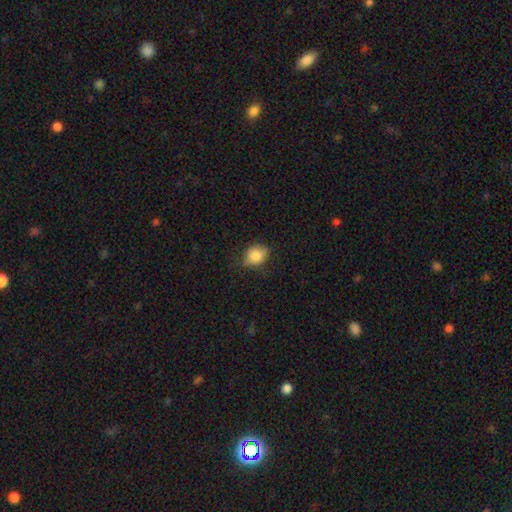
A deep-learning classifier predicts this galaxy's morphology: A smooth galaxy with no disk features (85%) that is round (54%).

Vote fractions:
- Smooth or featured? smooth: 85% / star or artifact: 8% / featured or disk: 6%
- How rounded? round: 54% / in between: 45% / cigar-shaped: 1%
- Merging? none: 67% / minor disturbance: 27% / major disturbance: 5% / merger: 1%